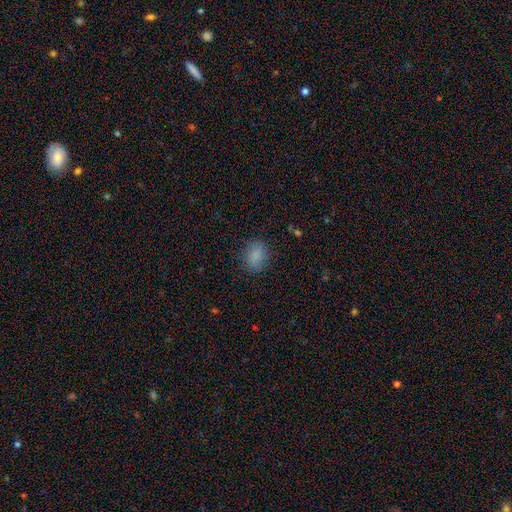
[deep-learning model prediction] smooth-or-featured: smooth: 84% | star or artifact: 10% | featured or disk: 6%
  how-rounded: in between: 57% | round: 42% | cigar-shaped: 1%
  merging: none: 82% | minor disturbance: 13% | major disturbance: 4% | merger: 1%